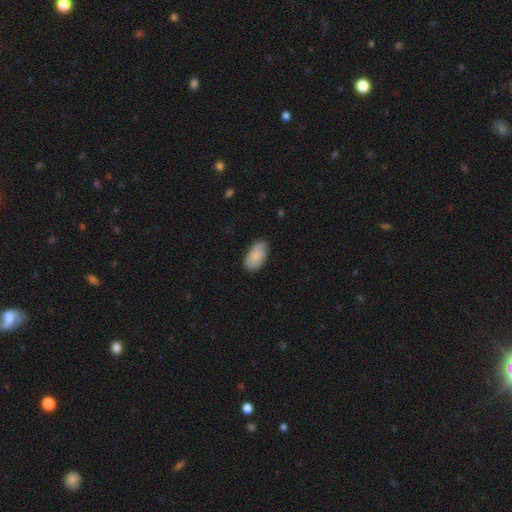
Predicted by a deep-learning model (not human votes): Overall: smooth (85%). How rounded: in between (95%). Merging: none (79%).